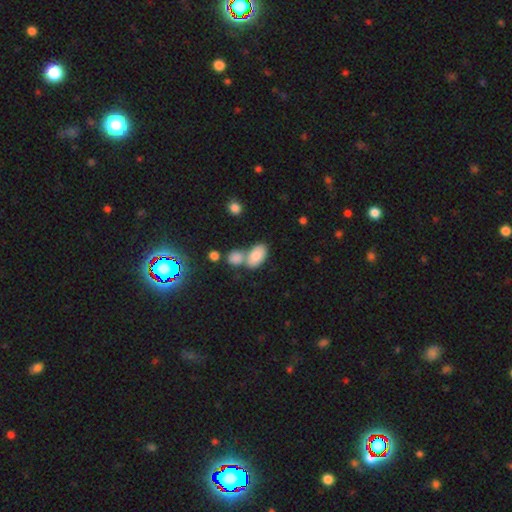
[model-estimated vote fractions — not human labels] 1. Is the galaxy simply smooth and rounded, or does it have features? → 83% smooth, 8% featured or disk, 8% star or artifact.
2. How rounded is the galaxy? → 93% in between, 5% round, 2% cigar-shaped.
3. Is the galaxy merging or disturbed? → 44% merger, 41% none, 11% minor disturbance, 4% major disturbance.